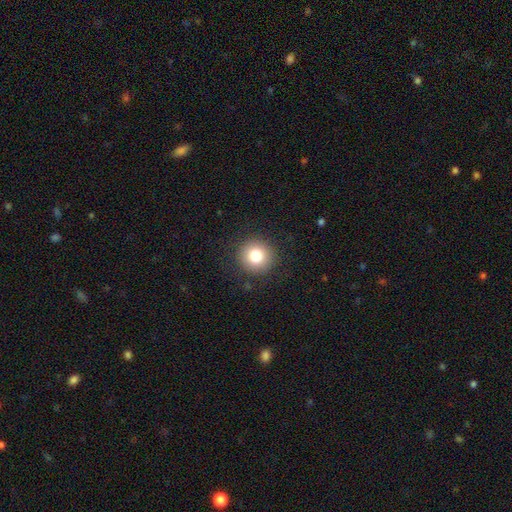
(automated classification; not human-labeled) smooth 81%, star or artifact 11%, featured or disk 8%. Down the decision tree: how rounded — round (94%); merging — none (91%).